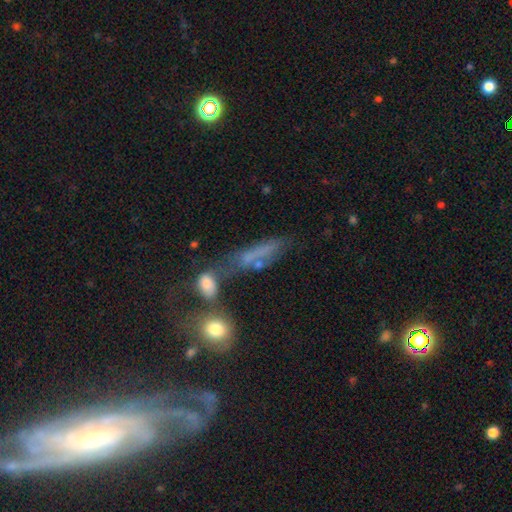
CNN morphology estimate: smooth_or_featured: smooth (p=0.54) [alt: featured or disk p=0.29]
how_rounded: cigar-shaped (p=0.68) [alt: in between p=0.25]
merging: none (p=0.41) [alt: merger p=0.23]